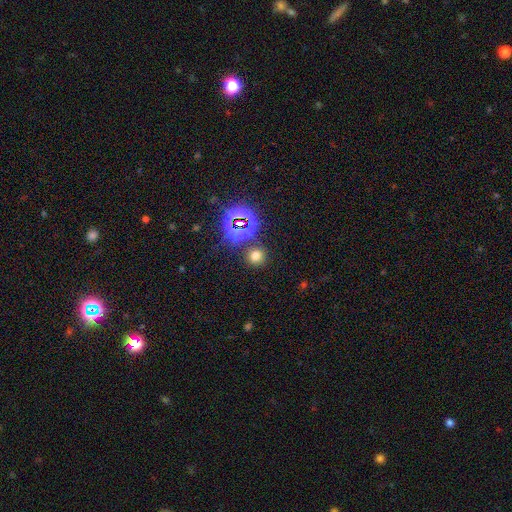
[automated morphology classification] Overall: smooth (63%; star or artifact 30%). How rounded: round (86%). Merging: none (84%).